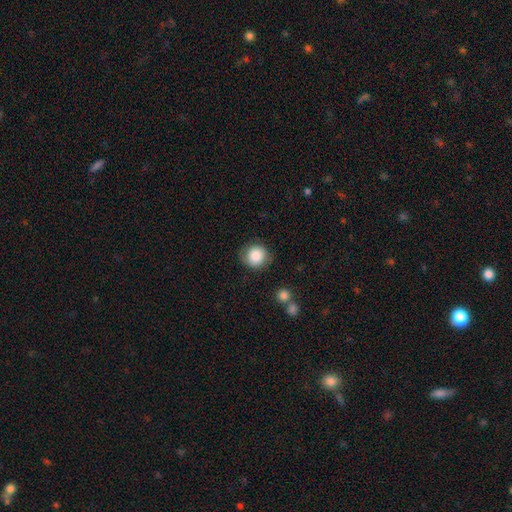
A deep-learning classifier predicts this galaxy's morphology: Q: Smooth or featured?
A: smooth (85%); runner-up: star or artifact (8%)
Q: How rounded?
A: round (88%); runner-up: in between (11%)
Q: Merging?
A: none (78%); runner-up: minor disturbance (15%)